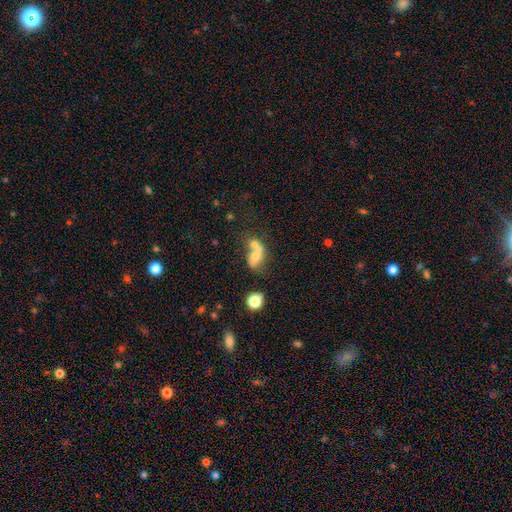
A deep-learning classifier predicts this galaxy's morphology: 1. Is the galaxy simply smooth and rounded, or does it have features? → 56% smooth, 31% featured or disk, 13% star or artifact.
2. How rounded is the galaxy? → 66% in between, 28% round, 6% cigar-shaped.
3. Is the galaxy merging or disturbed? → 62% merger, 21% none, 9% minor disturbance, 8% major disturbance.